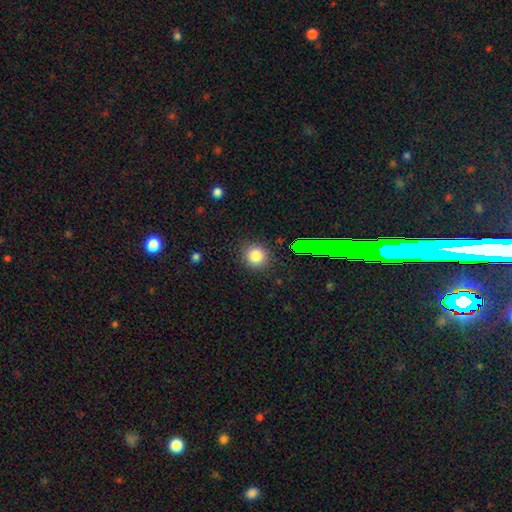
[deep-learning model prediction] The model was most divided on "smooth or featured": smooth: 80%, star or artifact: 13%, featured or disk: 7%. More confident: how rounded — round (88%); merging — none (87%).